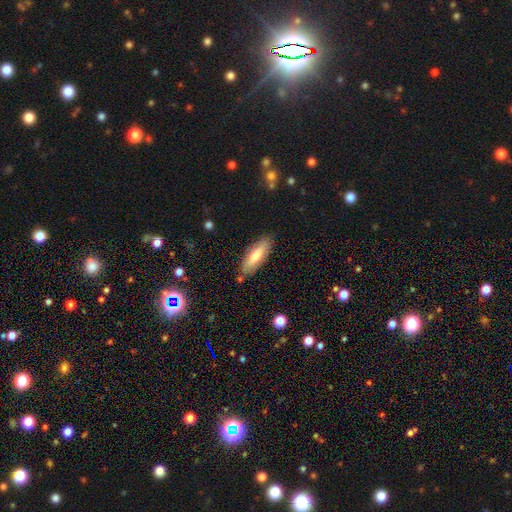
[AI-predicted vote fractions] The model was most divided on "how rounded": in between: 60%, cigar-shaped: 38%, round: 2%. More confident: merging — none (83%); smooth or featured — smooth (66%).